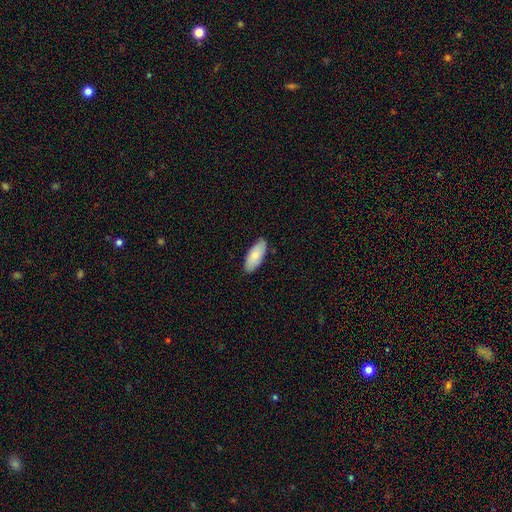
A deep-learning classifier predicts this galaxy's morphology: Smooth or featured? Predicted: smooth (p=0.83). How rounded? Predicted: in between (p=0.87). Merging? Predicted: none (p=0.85).